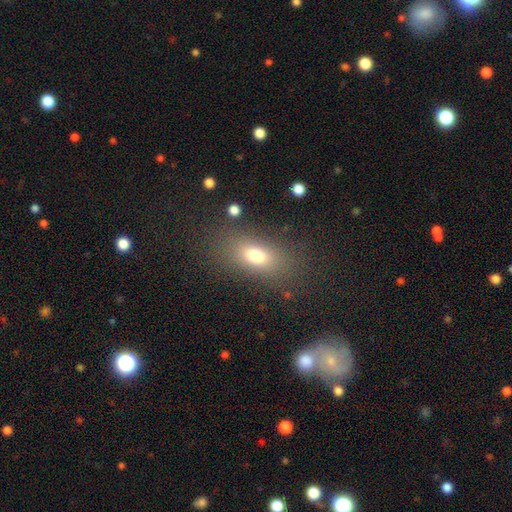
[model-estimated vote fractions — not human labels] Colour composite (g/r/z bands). It shows a smooth galaxy with no disk features (73%) that is in between round and cigar-shaped (80%). Merging: none (80%).